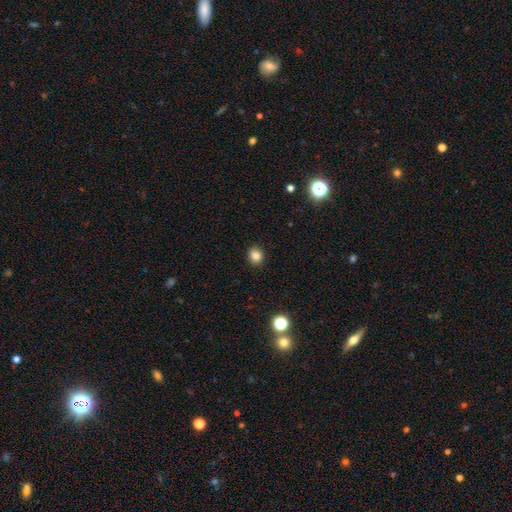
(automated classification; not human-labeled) Overall: smooth (84%). How rounded: round (69%; in between 30%). Merging: none (90%).